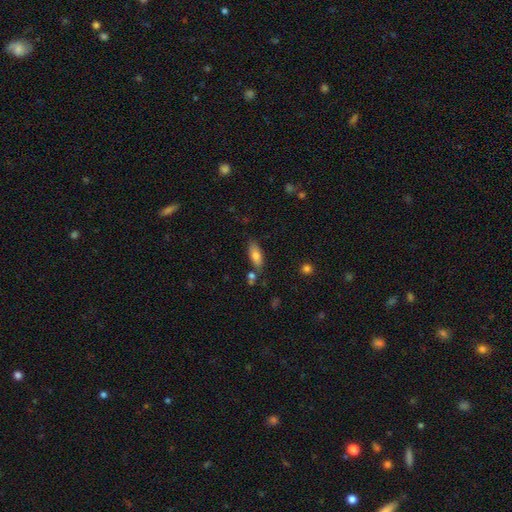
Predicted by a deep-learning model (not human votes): Smooth or featured? smooth (77%)
How rounded? in between (76%)
Merging? none (73%)